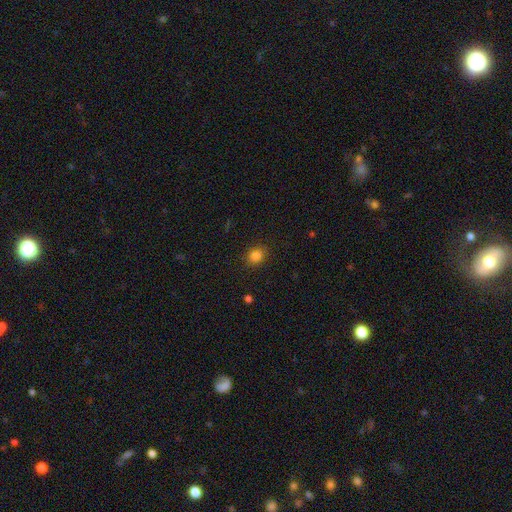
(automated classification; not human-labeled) Smooth or featured: smooth — 83% (star or artifact — 13%)
How rounded: round — 70% (in between — 29%)
Merging: none — 89% (minor disturbance — 8%)